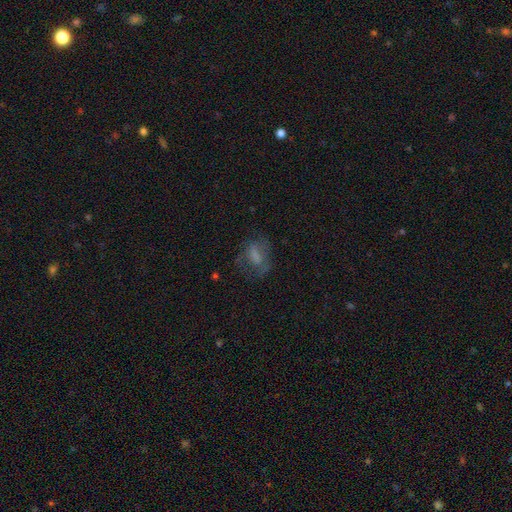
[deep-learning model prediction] Smooth or featured?
  - smooth: 54% *
  - featured or disk: 31%
  - star or artifact: 14%
How rounded?
  - in between: 72% *
  - round: 19%
  - cigar-shaped: 9%
Merging?
  - none: 52% *
  - major disturbance: 24%
  - minor disturbance: 21%
  - merger: 2%